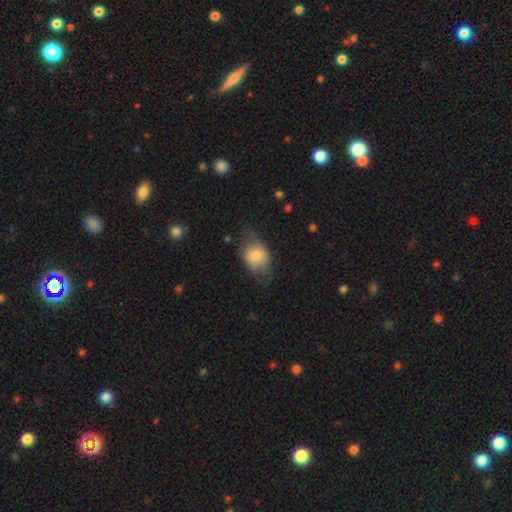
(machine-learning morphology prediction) A smooth galaxy with no disk features (72%) that is in between round and cigar-shaped (69%).

Vote fractions:
- Smooth or featured? smooth: 72% / featured or disk: 21% / star or artifact: 7%
- How rounded? in between: 69% / round: 29% / cigar-shaped: 2%
- Merging? none: 51% / minor disturbance: 30% / major disturbance: 18% / merger: 2%